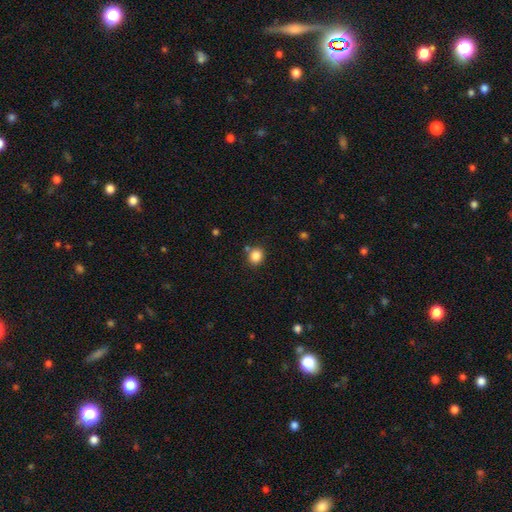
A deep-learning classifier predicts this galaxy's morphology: This appears to be a smooth galaxy with no disk features (85%) that is round (76%). Merging: none (78%).